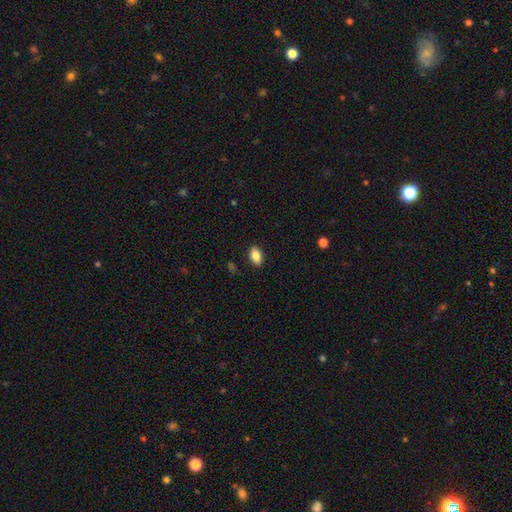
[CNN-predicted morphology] Smooth or featured?
  - smooth: 86% *
  - star or artifact: 8%
  - featured or disk: 6%
How rounded?
  - in between: 90% *
  - round: 6%
  - cigar-shaped: 4%
Merging?
  - none: 88% *
  - minor disturbance: 9%
  - major disturbance: 2%
  - merger: 1%